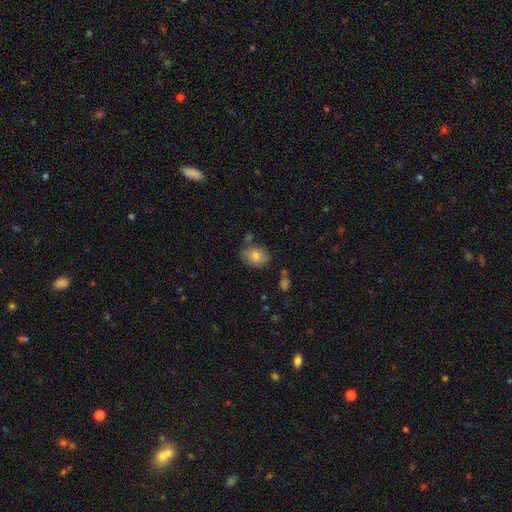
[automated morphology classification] The model was most divided on "how rounded": in between: 61%, round: 38%, cigar-shaped: 1%. More confident: smooth or featured — smooth (79%); merging — none (69%).